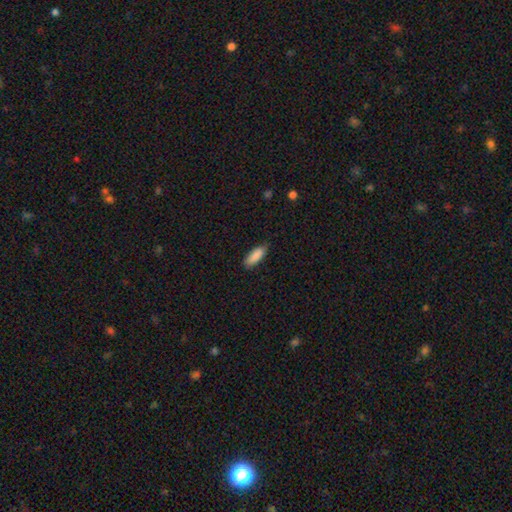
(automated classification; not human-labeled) smooth_or_featured: smooth (p=0.88) [alt: star or artifact p=0.06]
how_rounded: in between (p=0.63) [alt: cigar-shaped p=0.35]
merging: none (p=0.80) [alt: minor disturbance p=0.16]